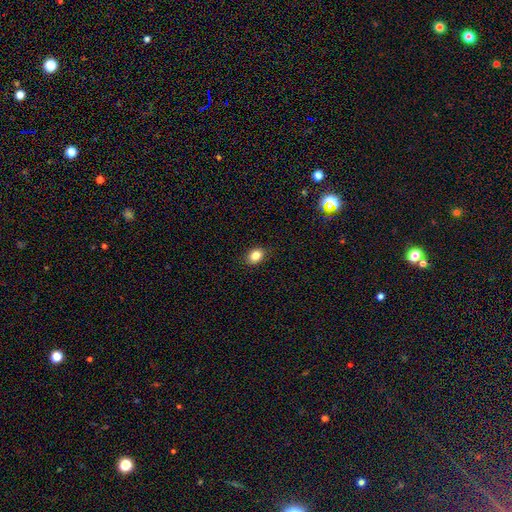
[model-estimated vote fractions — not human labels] smooth-or-featured: smooth: 83% | star or artifact: 10% | featured or disk: 6%
  how-rounded: in between: 63% | round: 36% | cigar-shaped: 1%
  merging: none: 89% | minor disturbance: 8% | major disturbance: 2% | merger: 1%